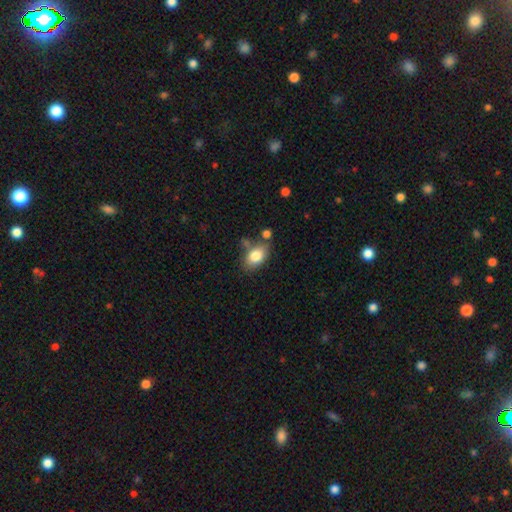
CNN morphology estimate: smooth 80%, featured or disk 12%, star or artifact 8%. Down the decision tree: how rounded — in between (87%); merging — none (63%).